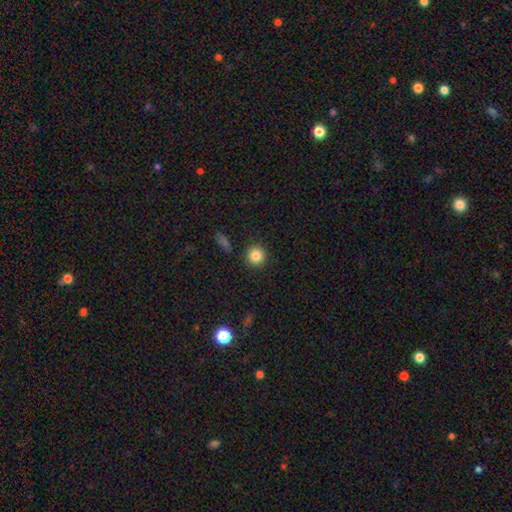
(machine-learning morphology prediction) Smooth or featured: smooth — 84% (star or artifact — 10%)
How rounded: round — 94% (in between — 5%)
Merging: none — 91% (minor disturbance — 6%)